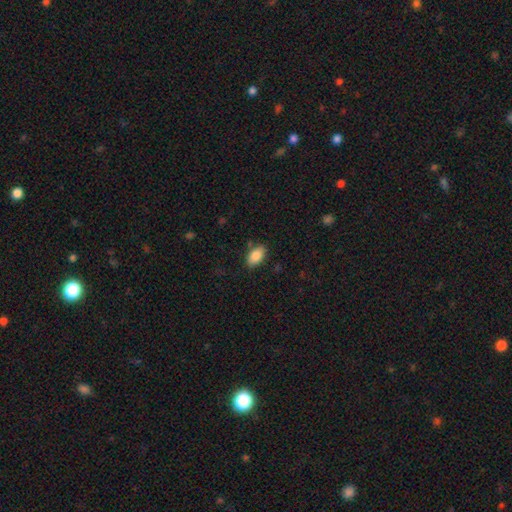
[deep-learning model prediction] Smooth or featured? smooth (85%)
How rounded? in between (92%)
Merging? none (82%)